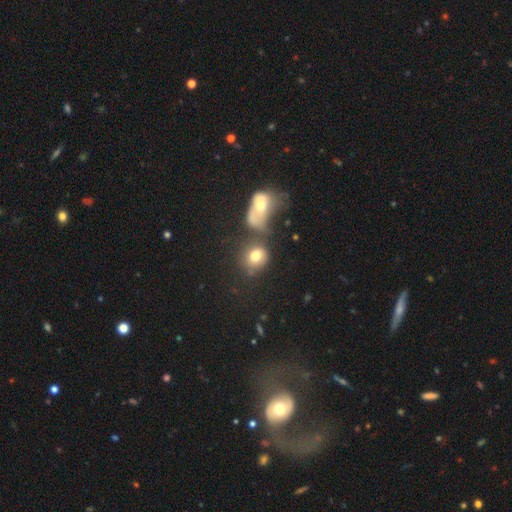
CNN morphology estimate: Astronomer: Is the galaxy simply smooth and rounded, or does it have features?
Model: smooth — 75%.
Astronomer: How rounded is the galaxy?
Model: round — 64%.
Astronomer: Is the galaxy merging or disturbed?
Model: none — 39%, tied with merger at 39%.